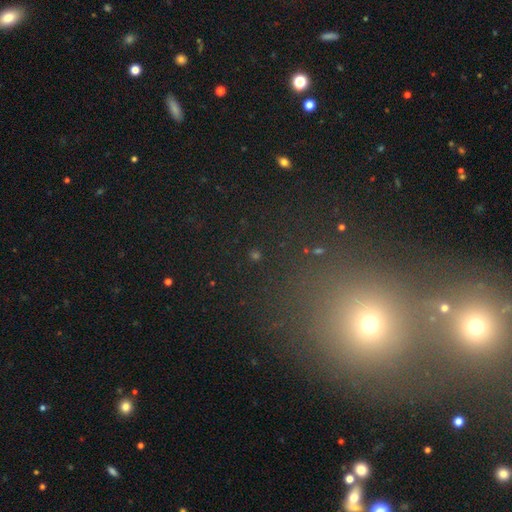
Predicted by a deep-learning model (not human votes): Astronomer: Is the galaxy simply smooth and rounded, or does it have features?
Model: star or artifact — 56% (runner-up: smooth, 32%).